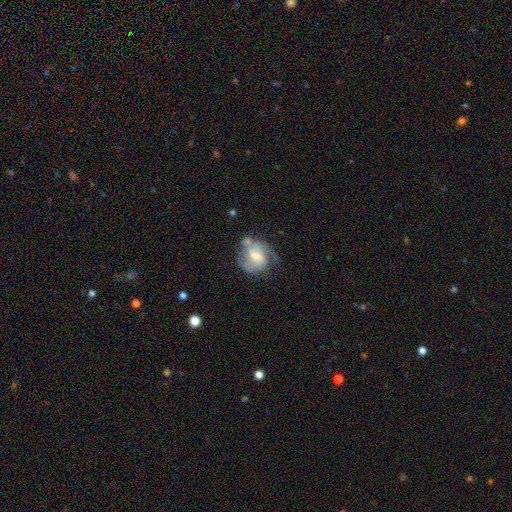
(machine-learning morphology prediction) Q: Smooth or featured?
A: featured or disk (71%); runner-up: smooth (23%)
Q: Edge-on disk?
A: no (97%); runner-up: yes (3%)
Q: Bar?
A: weak (51%); runner-up: no (34%)
Q: Spiral arms?
A: yes (86%); runner-up: no (14%)
Q: Spiral winding?
A: medium (48%); runner-up: tight (28%)
Q: Spiral arm count?
A: 2 (63%); runner-up: can't tell (18%)
Q: Bulge size?
A: moderate (43%); runner-up: small (37%)
Q: Merging?
A: none (49%); runner-up: minor disturbance (25%)